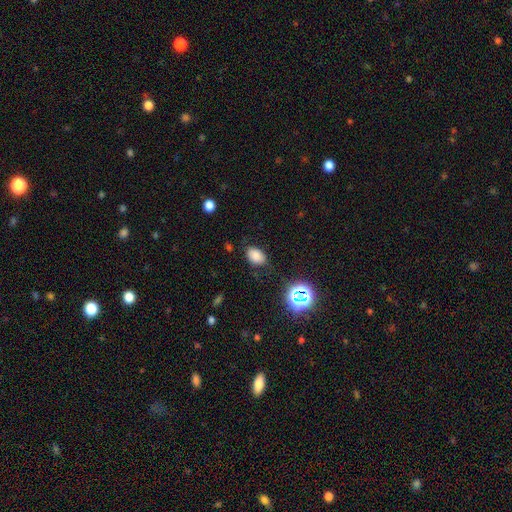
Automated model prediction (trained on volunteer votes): A smooth galaxy with no disk features (78%) that is in between round and cigar-shaped (82%). Merging: none (77%).